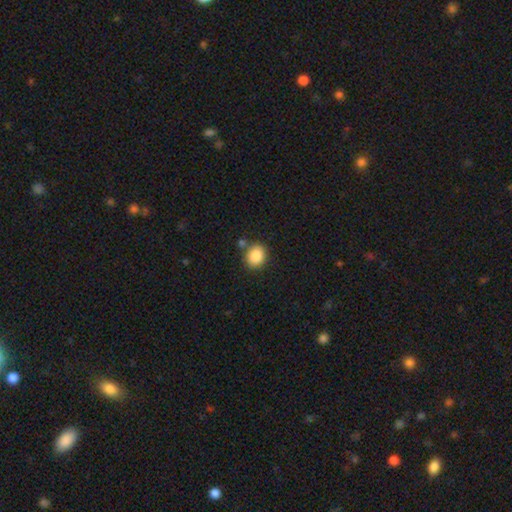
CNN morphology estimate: This is clearly a smooth galaxy (87%). How rounded: likely round (65%). Merging: likely none (78%).